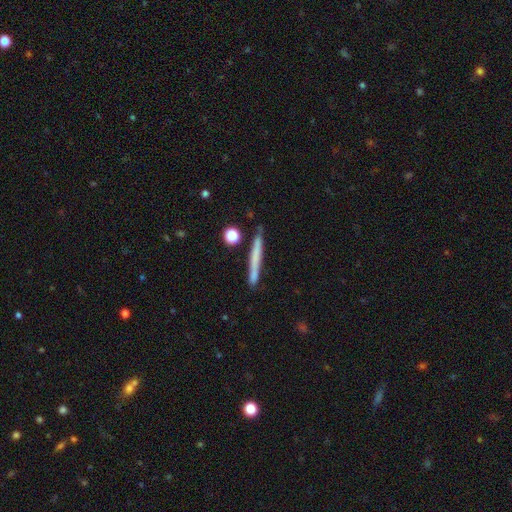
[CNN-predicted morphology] smooth 61%, featured or disk 32%, star or artifact 7%. Down the decision tree: how rounded — cigar-shaped (96%); merging — none (81%).